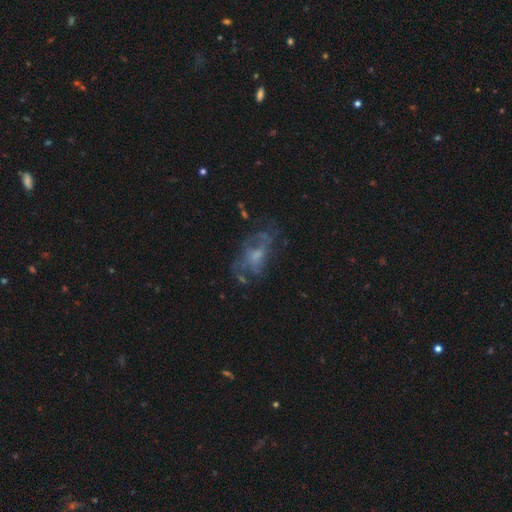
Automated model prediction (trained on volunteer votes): Smooth or featured? Predicted: featured or disk (p=0.60). Edge-on disk? Predicted: no (p=0.95). Bar? Predicted: no (p=0.69). Spiral arms? Predicted: no (p=0.56). Bulge size? Predicted: small (p=0.40). Merging? Predicted: none (p=0.44).